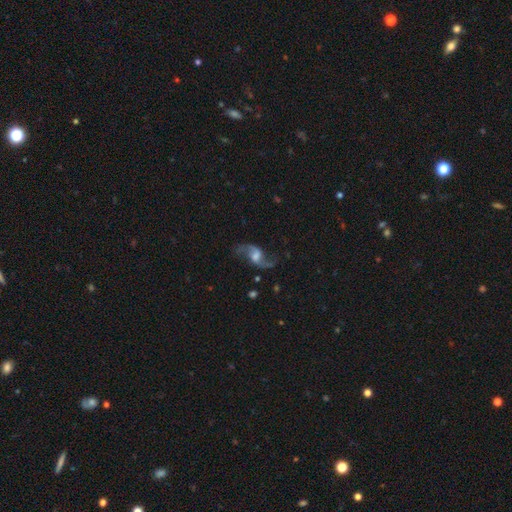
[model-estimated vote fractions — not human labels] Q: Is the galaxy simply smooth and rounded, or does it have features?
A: featured or disk — 87%.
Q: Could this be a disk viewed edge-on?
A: no — 97%.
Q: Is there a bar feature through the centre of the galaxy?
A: weak — 48%.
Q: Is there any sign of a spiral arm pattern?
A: yes — 96%.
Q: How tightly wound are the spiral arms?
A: loose — 84%.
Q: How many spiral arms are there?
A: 2 — 94%.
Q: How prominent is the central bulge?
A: moderate — 43%.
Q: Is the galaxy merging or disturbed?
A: none — 76%.